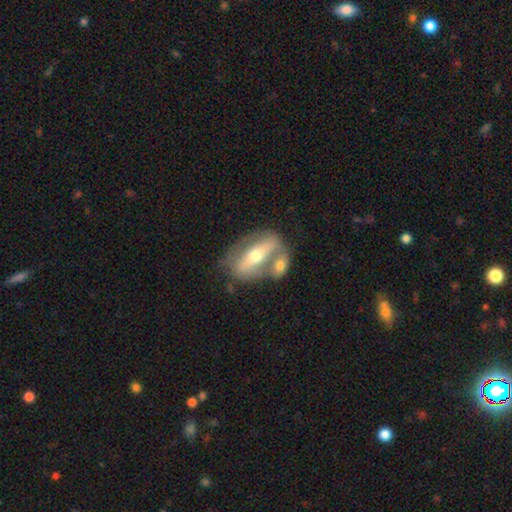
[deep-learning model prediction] Q: Smooth or featured?
A: featured or disk (68%); runner-up: smooth (26%)
Q: Edge-on disk?
A: no (68%); runner-up: yes (32%)
Q: Merging?
A: none (43%); runner-up: merger (37%)